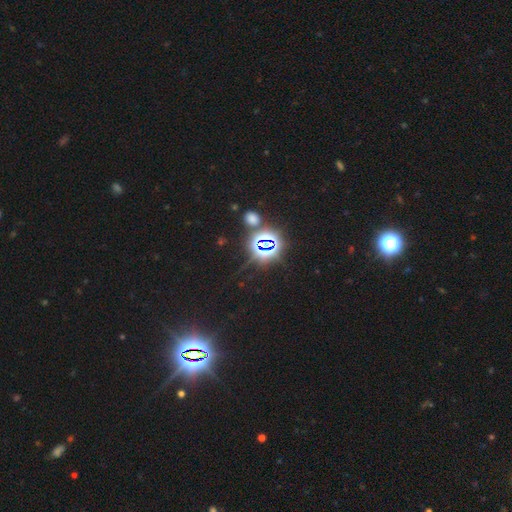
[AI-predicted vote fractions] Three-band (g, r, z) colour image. It shows a star or artifact, not a galaxy (81%).